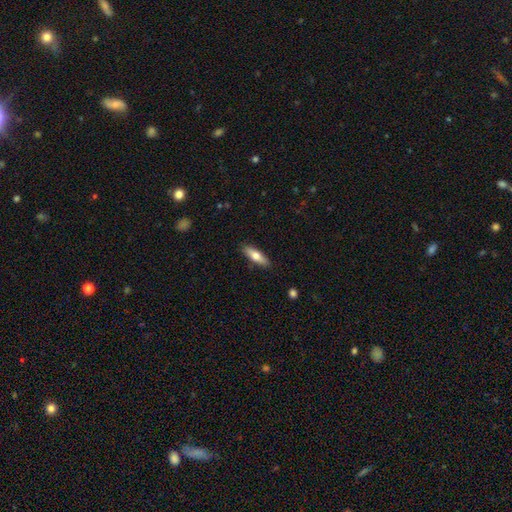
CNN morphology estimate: Smooth or featured? smooth (68%)
How rounded? cigar-shaped (54%)
Merging? none (88%)